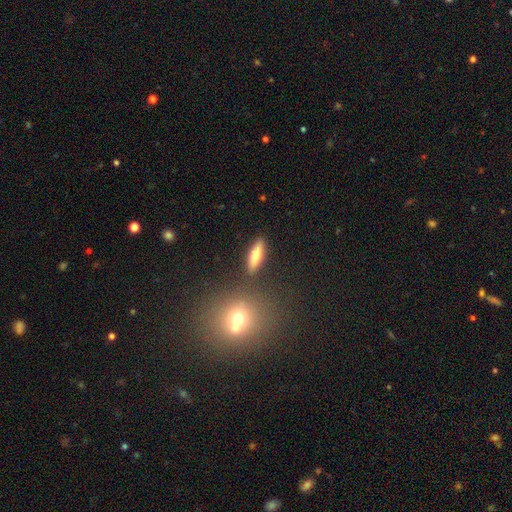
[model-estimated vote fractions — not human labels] This appears to be a smooth galaxy with no disk features (77%) that is cigar-shaped (55%). Merging: none (85%).